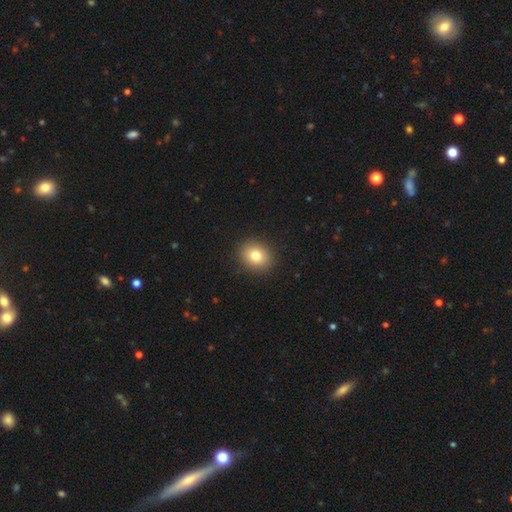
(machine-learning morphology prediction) A smooth galaxy with no disk features (79%) that is round (66%). Merging: none (91%).